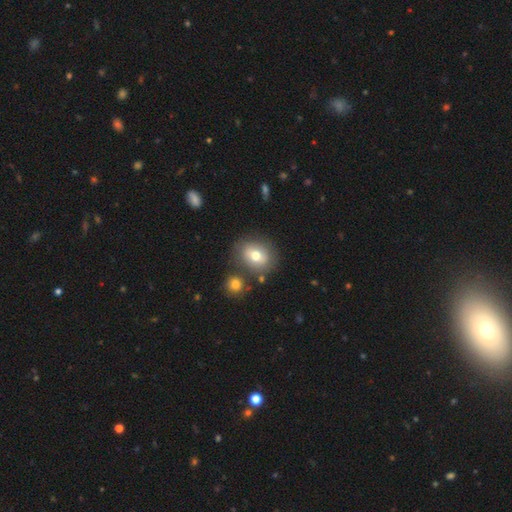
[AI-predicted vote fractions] Overall: smooth (70%). How rounded: round (56%; in between 43%). Merging: none (73%).